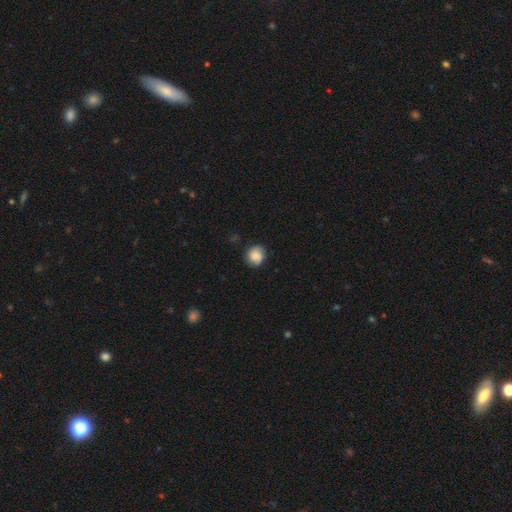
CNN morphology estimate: Smooth or featured?
  - smooth: 79% *
  - featured or disk: 13%
  - star or artifact: 8%
How rounded?
  - round: 83% *
  - in between: 17%
  - cigar-shaped: 1%
Merging?
  - none: 78% *
  - minor disturbance: 17%
  - major disturbance: 4%
  - merger: 1%